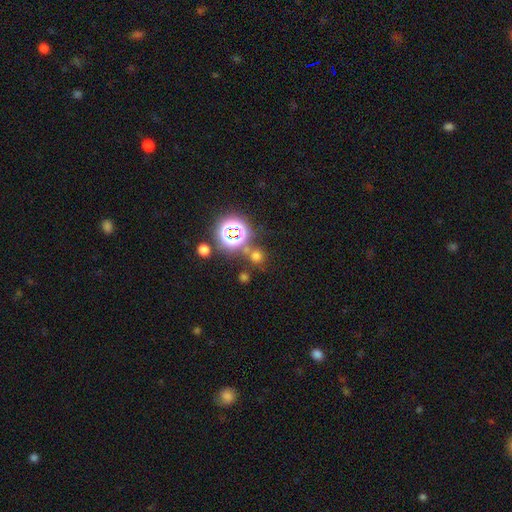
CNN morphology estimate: smooth_or_featured: smooth (p=0.56) [alt: star or artifact p=0.36]
how_rounded: round (p=0.89) [alt: in between p=0.10]
merging: none (p=0.72) [alt: merger p=0.14]